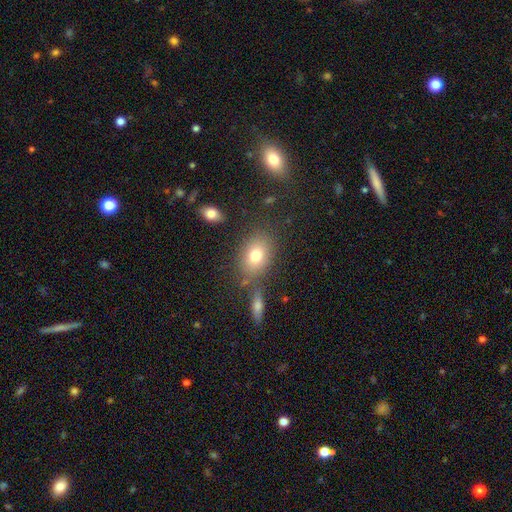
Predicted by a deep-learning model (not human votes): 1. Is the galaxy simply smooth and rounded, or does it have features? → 77% smooth, 13% featured or disk, 10% star or artifact.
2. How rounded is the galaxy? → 77% in between, 21% round, 2% cigar-shaped.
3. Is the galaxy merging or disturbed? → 74% none, 13% minor disturbance, 9% merger, 5% major disturbance.